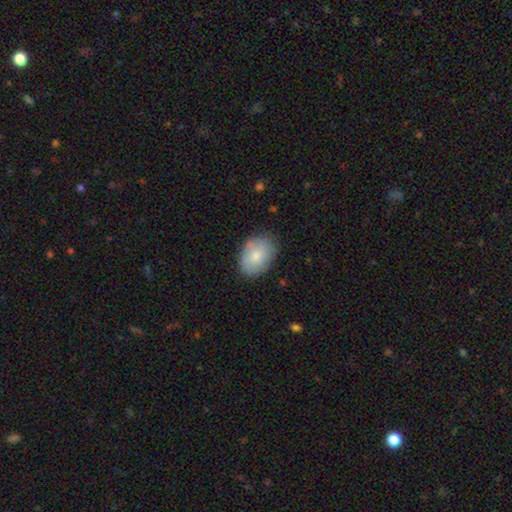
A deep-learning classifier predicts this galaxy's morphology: smooth_or_featured: smooth (p=0.79) [alt: featured or disk p=0.15]
how_rounded: in between (p=0.83) [alt: round p=0.16]
merging: none (p=0.78) [alt: minor disturbance p=0.17]